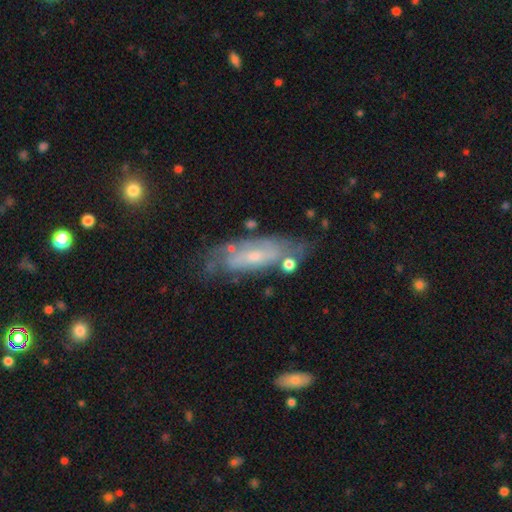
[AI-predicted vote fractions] A featured or disk galaxy (66%) with no bar (61%), spiral arms (73%) and a small central bulge (58%). Merging: none (58%).